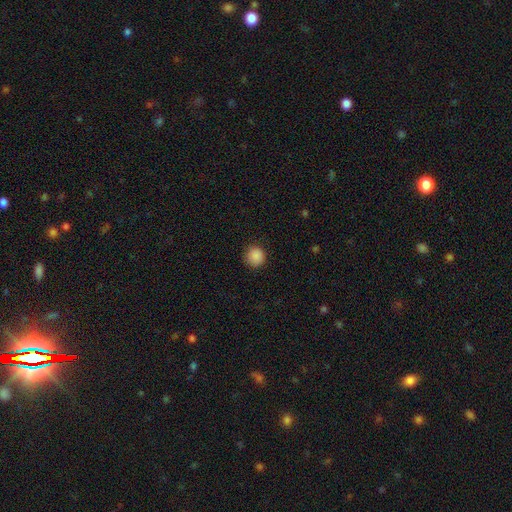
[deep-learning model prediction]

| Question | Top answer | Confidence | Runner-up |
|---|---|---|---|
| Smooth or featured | smooth | 88% | star or artifact (9%) |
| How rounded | round | 93% | in between (6%) |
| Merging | none | 89% | minor disturbance (8%) |